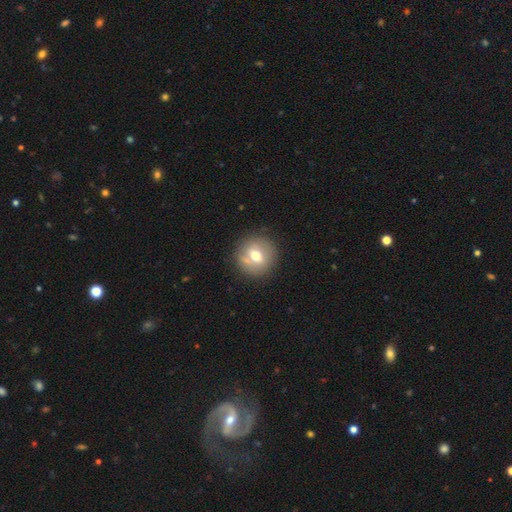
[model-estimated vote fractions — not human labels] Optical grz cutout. It shows a smooth galaxy with no disk features (58%) that is round (92%). Merging: none (83%).